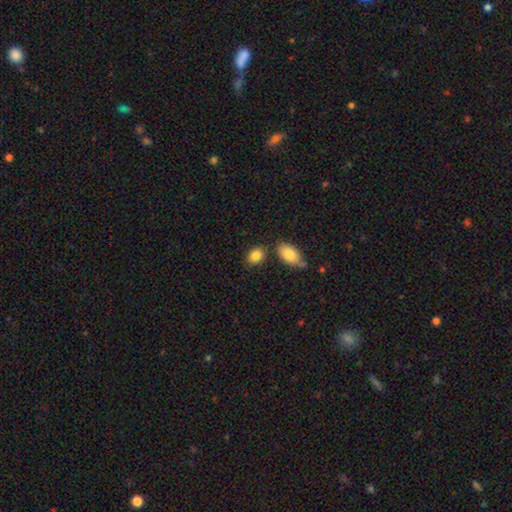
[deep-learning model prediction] Smooth or featured?
  - smooth: 85% *
  - star or artifact: 8%
  - featured or disk: 7%
How rounded?
  - in between: 71% *
  - round: 28%
  - cigar-shaped: 2%
Merging?
  - none: 73% *
  - merger: 12%
  - minor disturbance: 12%
  - major disturbance: 3%